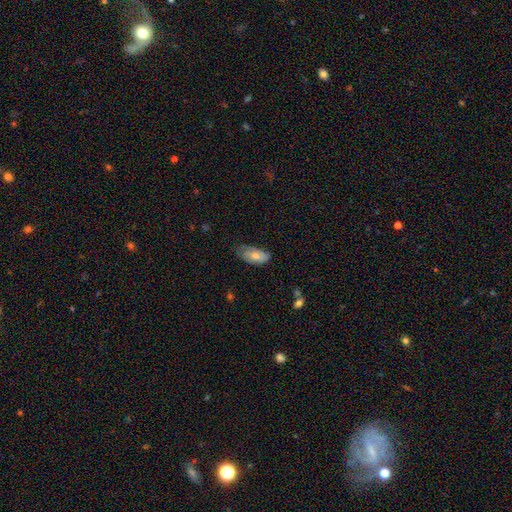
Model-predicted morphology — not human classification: Overall: smooth (56%; featured or disk 36%). How rounded: in between (89%). Merging: none (55%; minor disturbance 35%).